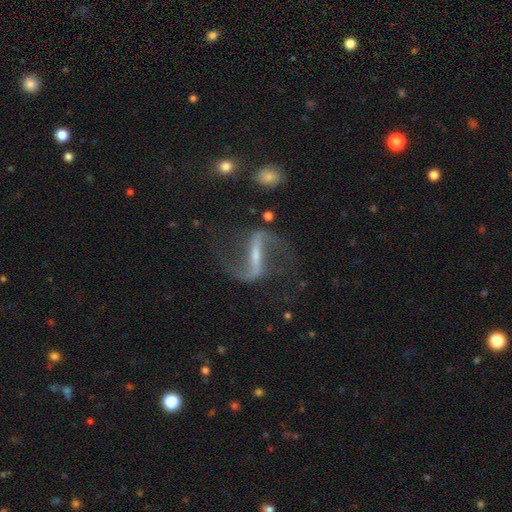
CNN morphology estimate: Smooth or featured? featured or disk (90%)
Edge-on disk? no (93%)
Bar? strong (73%)
Spiral arms? yes (96%)
Spiral winding? loose (77%)
Spiral arm count? 2 (93%)
Bulge size? small (57%)
Merging? none (71%)